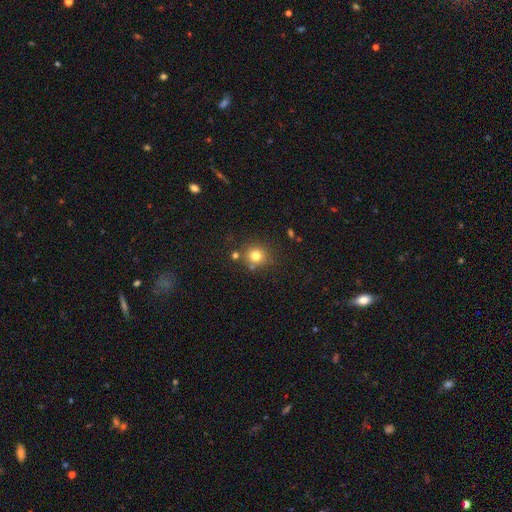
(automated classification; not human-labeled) A smooth galaxy with no disk features (77%) that is round (87%). Merging: none (78%).